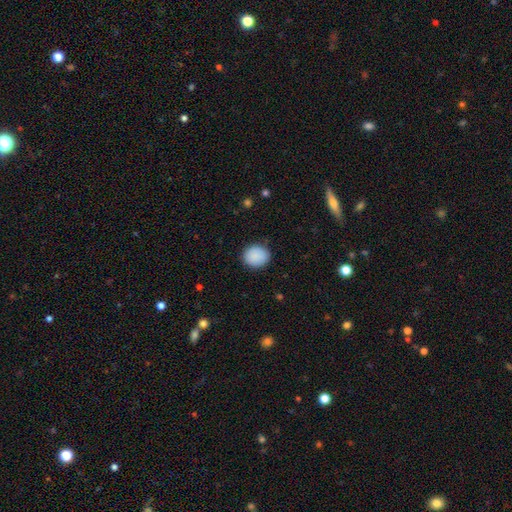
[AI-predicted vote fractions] smooth-or-featured: smooth: 90% | star or artifact: 7% | featured or disk: 3%
  how-rounded: round: 75% | in between: 25% | cigar-shaped: 1%
  merging: none: 88% | minor disturbance: 9% | major disturbance: 2% | merger: 1%